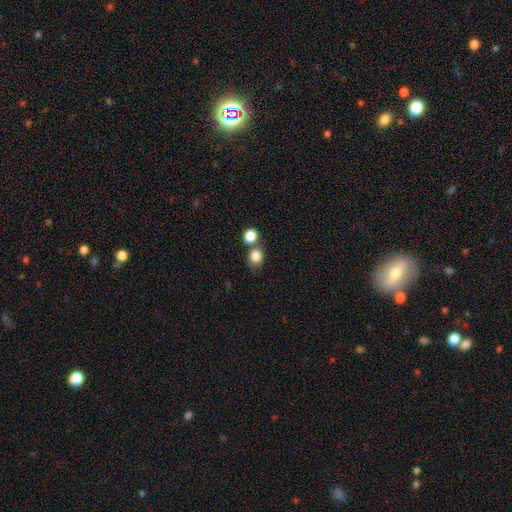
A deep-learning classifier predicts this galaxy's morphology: Smooth or featured?
  - smooth: 83% *
  - star or artifact: 11%
  - featured or disk: 6%
How rounded?
  - round: 70% *
  - in between: 29%
  - cigar-shaped: 1%
Merging?
  - none: 53% *
  - merger: 32%
  - minor disturbance: 11%
  - major disturbance: 4%